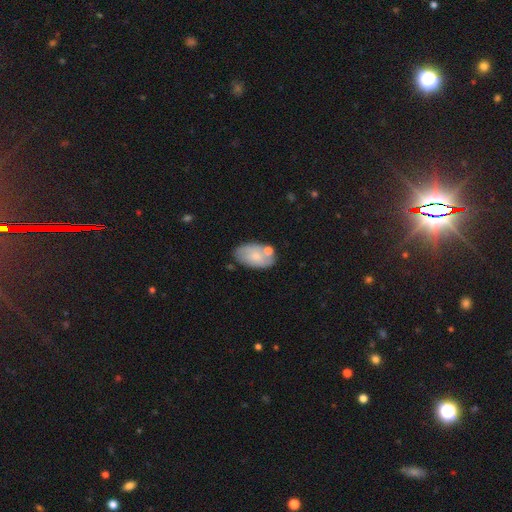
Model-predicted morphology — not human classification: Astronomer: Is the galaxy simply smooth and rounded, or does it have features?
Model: smooth — 63%.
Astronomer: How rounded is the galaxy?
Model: in between — 93%.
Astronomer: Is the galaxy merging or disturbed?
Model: none — 61%.